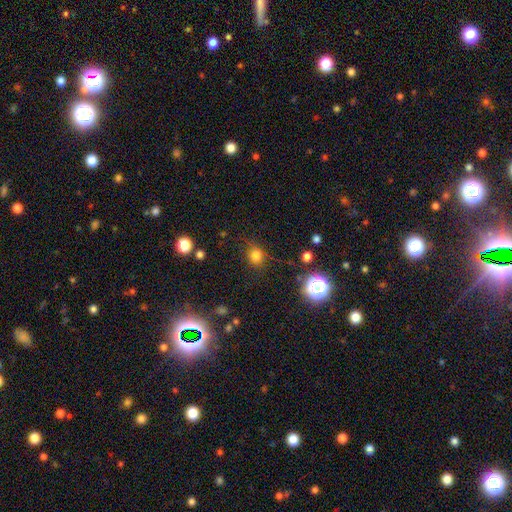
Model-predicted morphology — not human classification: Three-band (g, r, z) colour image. It shows a smooth galaxy with no disk features (77%) that is round (83%). Merging: none (79%).